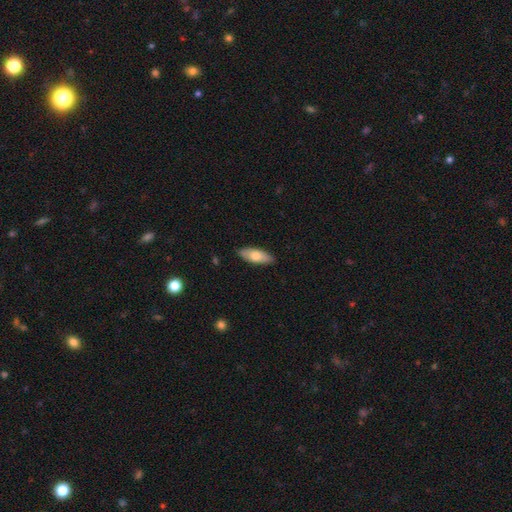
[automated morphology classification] Smooth or featured?
  - smooth: 71% *
  - featured or disk: 24%
  - star or artifact: 6%
How rounded?
  - in between: 76% *
  - cigar-shaped: 22%
  - round: 2%
Merging?
  - none: 88% *
  - minor disturbance: 9%
  - major disturbance: 2%
  - merger: 1%